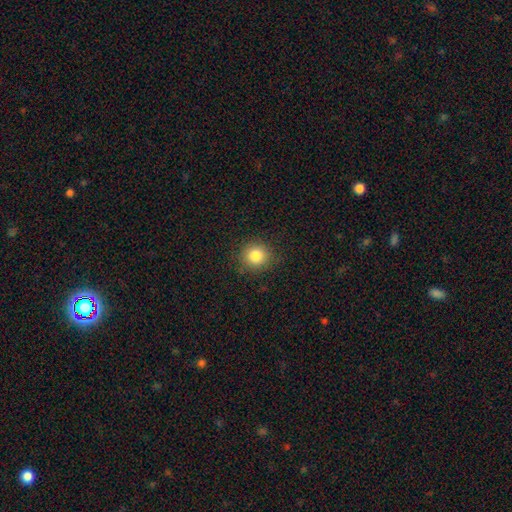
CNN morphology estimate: The model was most divided on "smooth or featured": smooth: 84%, star or artifact: 11%, featured or disk: 5%. More confident: how rounded — round (91%); merging — none (88%).